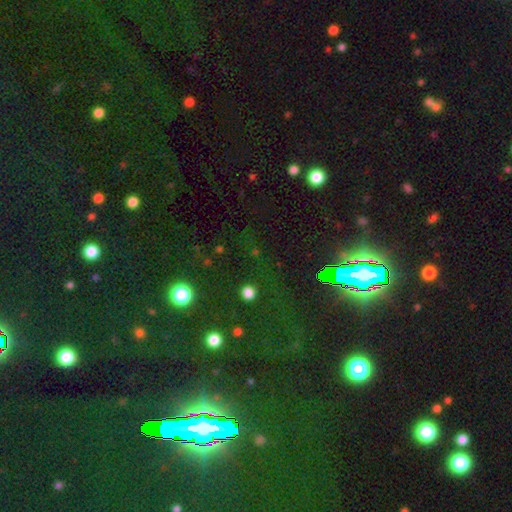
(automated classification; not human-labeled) The model was most divided on "smooth or featured": star or artifact: 81%, smooth: 11%, featured or disk: 8%.